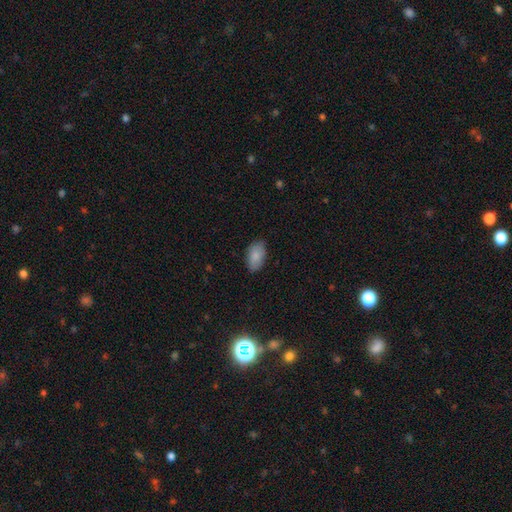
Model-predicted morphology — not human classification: type=smooth (87%); roundness=in between (94%); merging=none (83%).